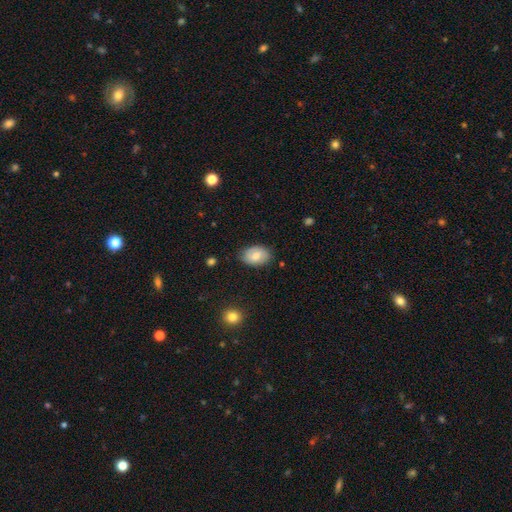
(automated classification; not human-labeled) The model was most divided on "smooth or featured": smooth: 74%, featured or disk: 18%, star or artifact: 7%. More confident: how rounded — in between (87%); merging — none (78%).